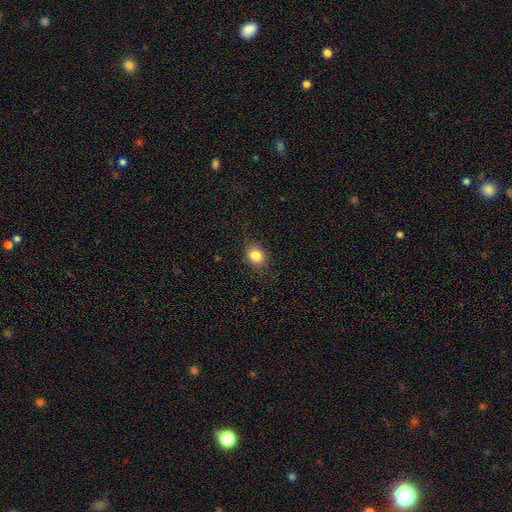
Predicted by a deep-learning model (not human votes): Smooth or featured?
  - smooth: 83% *
  - star or artifact: 10%
  - featured or disk: 7%
How rounded?
  - round: 54% *
  - in between: 45%
  - cigar-shaped: 1%
Merging?
  - none: 82% *
  - minor disturbance: 13%
  - major disturbance: 4%
  - merger: 1%